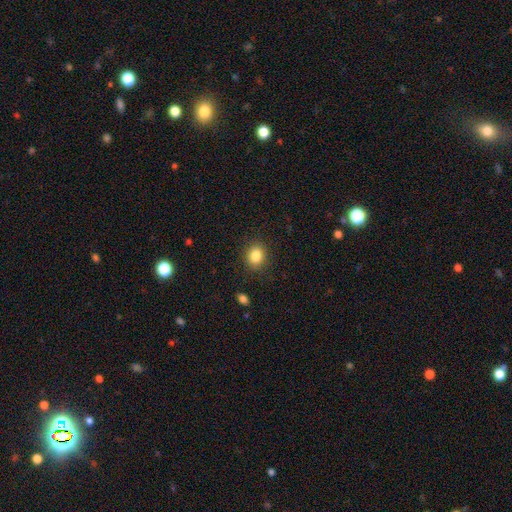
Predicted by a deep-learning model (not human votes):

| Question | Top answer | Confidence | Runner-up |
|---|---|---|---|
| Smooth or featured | smooth | 85% | star or artifact (10%) |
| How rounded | round | 65% | in between (34%) |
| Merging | none | 88% | minor disturbance (8%) |